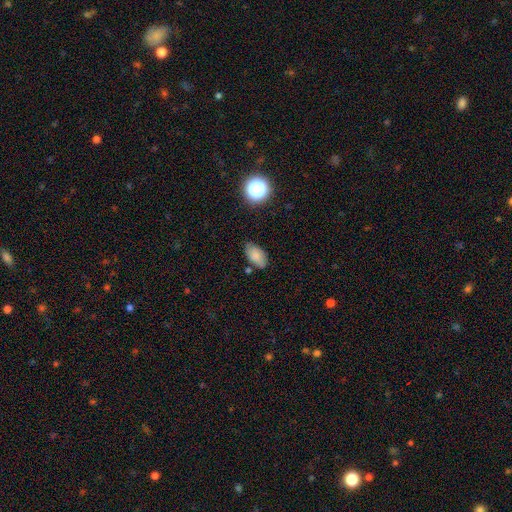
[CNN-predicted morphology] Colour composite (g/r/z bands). It shows a smooth galaxy with no disk features (81%) that is in between round and cigar-shaped (91%). Merging: none (73%).